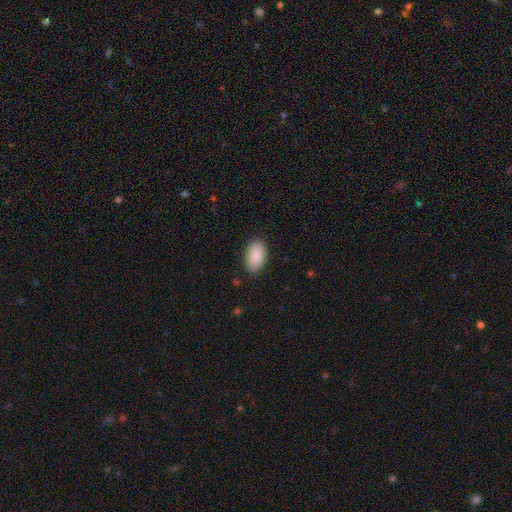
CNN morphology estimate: type=smooth (87%); roundness=in between (94%); merging=none (87%).